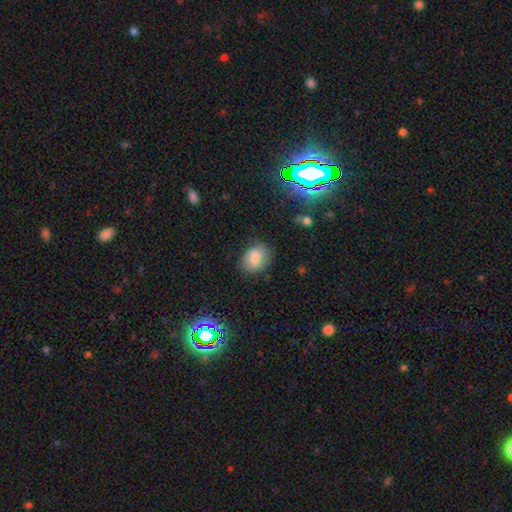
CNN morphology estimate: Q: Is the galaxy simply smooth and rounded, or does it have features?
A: smooth — 75%.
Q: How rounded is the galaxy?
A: in between — 68%.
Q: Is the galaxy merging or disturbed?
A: none — 72%.